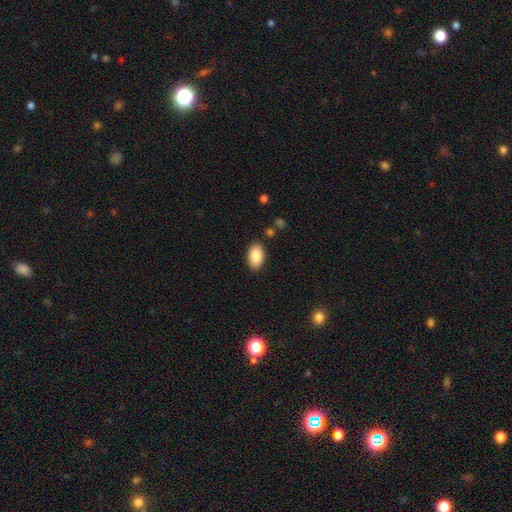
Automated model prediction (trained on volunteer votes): smooth-or-featured: smooth: 87% | star or artifact: 7% | featured or disk: 6%
  how-rounded: in between: 94% | round: 4% | cigar-shaped: 2%
  merging: none: 88% | minor disturbance: 8% | major disturbance: 2% | merger: 2%